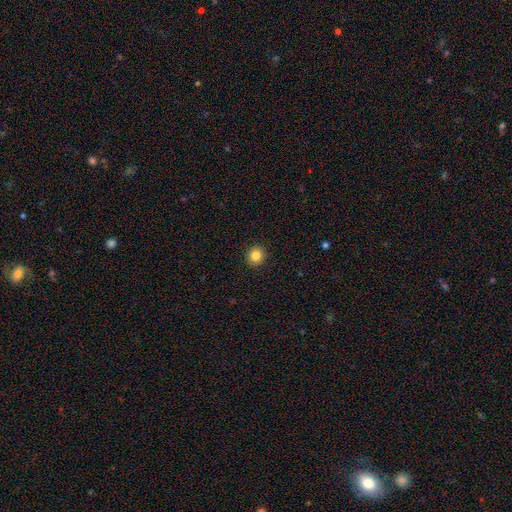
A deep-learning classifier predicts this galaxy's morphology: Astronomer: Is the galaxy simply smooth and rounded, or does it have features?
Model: smooth — 84%.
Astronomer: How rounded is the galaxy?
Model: round — 89%.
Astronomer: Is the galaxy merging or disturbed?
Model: none — 92%.